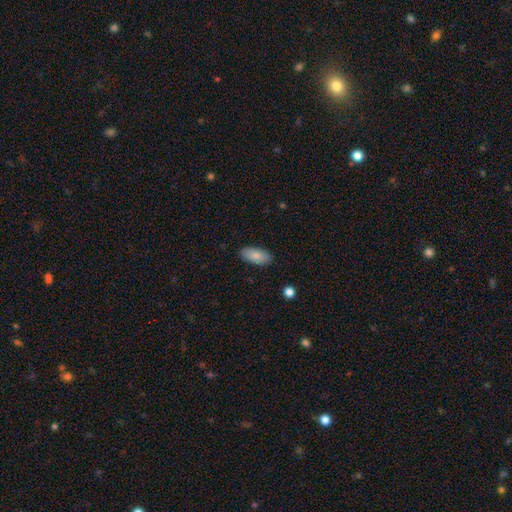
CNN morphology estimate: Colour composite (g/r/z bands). It shows a smooth galaxy with no disk features (84%) that is in between round and cigar-shaped (90%). Merging: none (88%).